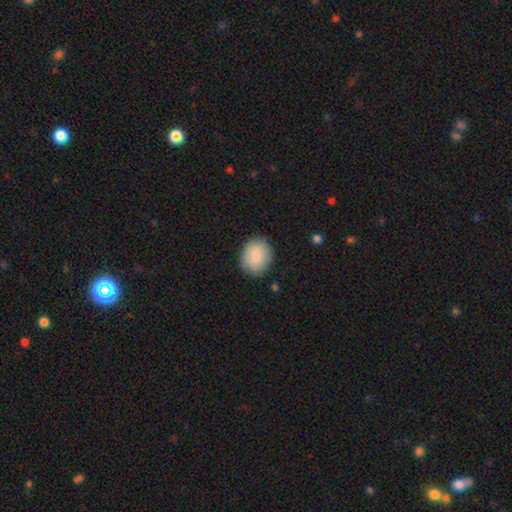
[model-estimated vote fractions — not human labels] A smooth galaxy with no disk features (84%) that is round (56%).

Vote fractions:
- Smooth or featured? smooth: 84% / featured or disk: 10% / star or artifact: 7%
- How rounded? round: 56% / in between: 43% / cigar-shaped: 1%
- Merging? none: 84% / minor disturbance: 12% / major disturbance: 3% / merger: 1%